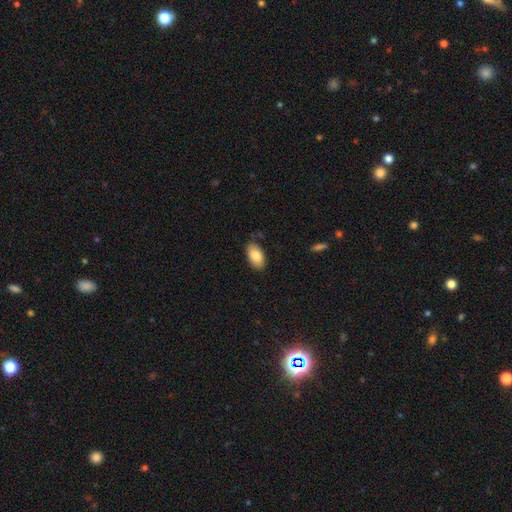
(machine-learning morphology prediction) This is clearly a smooth galaxy (83%). How rounded: clearly in between (94%). Merging: clearly none (84%).